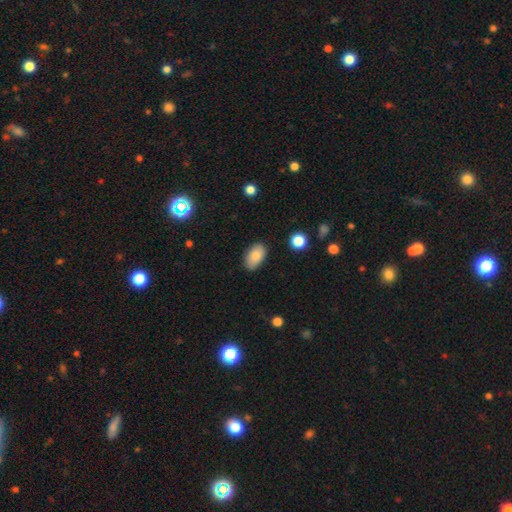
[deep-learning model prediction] Smooth or featured: smooth — 82% (featured or disk — 10%)
How rounded: in between — 93% (round — 6%)
Merging: none — 84% (minor disturbance — 13%)